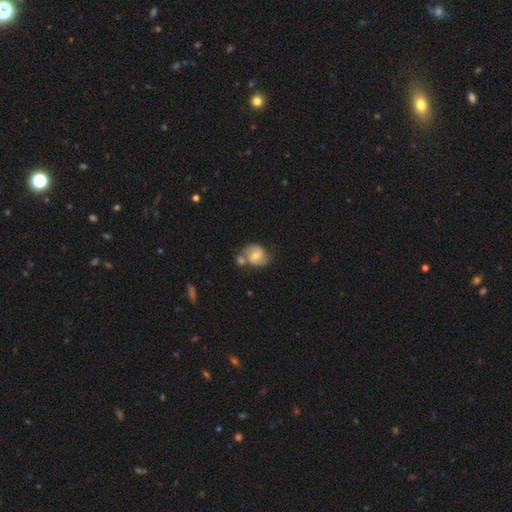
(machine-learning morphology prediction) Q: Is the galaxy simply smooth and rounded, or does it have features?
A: featured or disk — 59%.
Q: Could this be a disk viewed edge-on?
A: no — 97%.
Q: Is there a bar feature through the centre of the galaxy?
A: no — 47%.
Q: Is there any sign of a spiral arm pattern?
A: yes — 87%.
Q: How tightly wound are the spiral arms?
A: medium — 50%.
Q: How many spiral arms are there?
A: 2 — 85%.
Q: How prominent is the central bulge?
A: moderate — 61%.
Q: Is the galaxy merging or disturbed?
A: none — 48%.